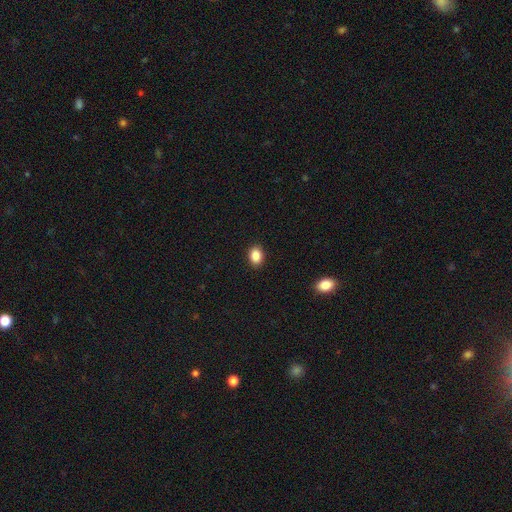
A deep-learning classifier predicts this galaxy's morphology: Smooth or featured: smooth — 88% (star or artifact — 9%)
How rounded: in between — 72% (round — 27%)
Merging: none — 91% (minor disturbance — 6%)